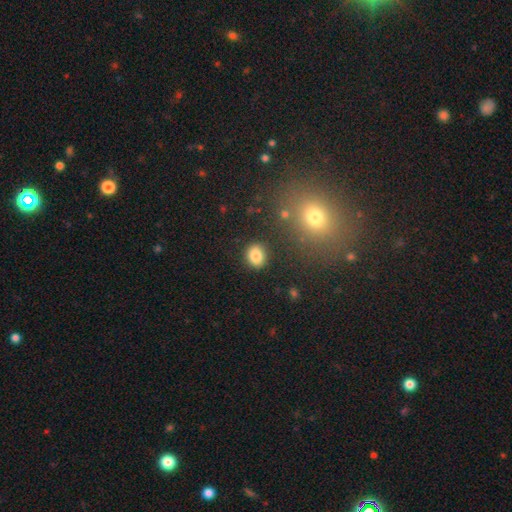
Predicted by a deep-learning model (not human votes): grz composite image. It shows a smooth galaxy with no disk features (84%) that is round (55%). Merging: none (86%).